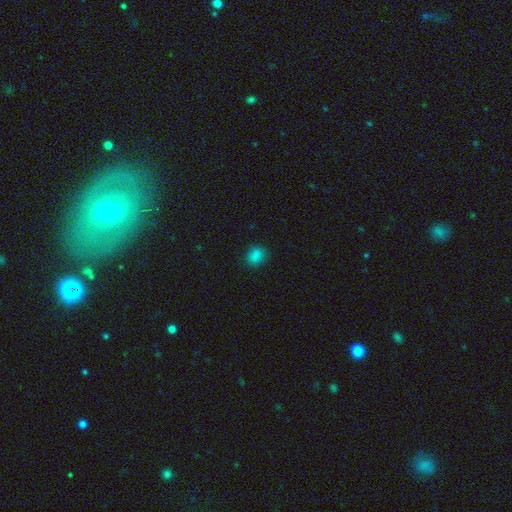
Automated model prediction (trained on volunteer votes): This appears to be a smooth galaxy with no disk features (84%) that is round (56%). Merging: none (86%).